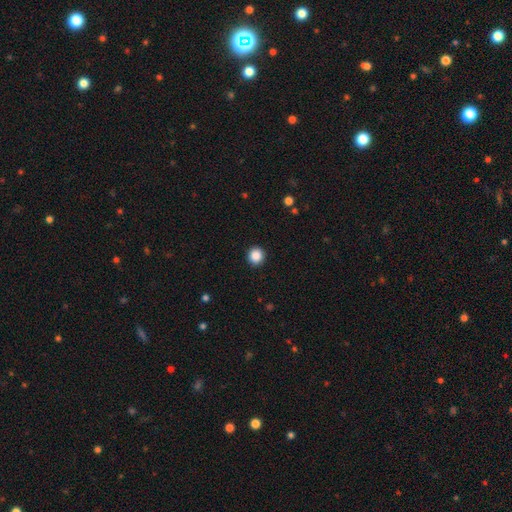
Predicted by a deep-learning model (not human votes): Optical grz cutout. It shows a smooth galaxy with no disk features (88%) that is round (93%). Merging: none (93%).